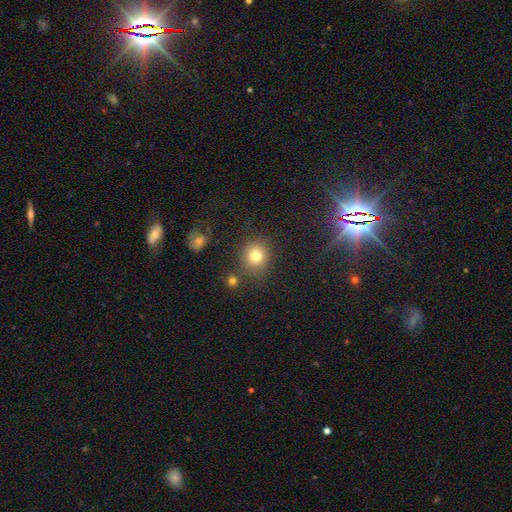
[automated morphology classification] Smooth or featured? Predicted: smooth (p=0.78). How rounded? Predicted: round (p=0.82). Merging? Predicted: none (p=0.79).